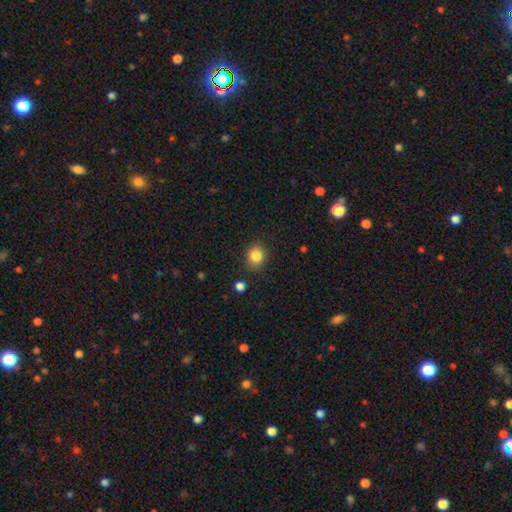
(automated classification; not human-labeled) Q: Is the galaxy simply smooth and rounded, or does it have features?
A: smooth — 85%.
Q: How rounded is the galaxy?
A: round — 65%.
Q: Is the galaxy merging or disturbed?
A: none — 86%.